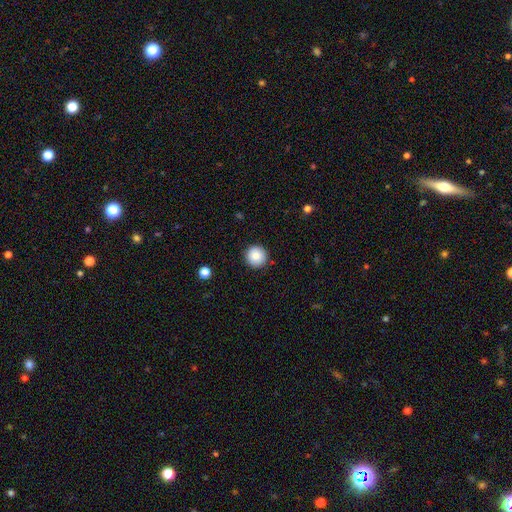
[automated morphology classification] smooth-or-featured: smooth: 87% | star or artifact: 9% | featured or disk: 5%
  how-rounded: round: 96% | in between: 3% | cigar-shaped: 1%
  merging: none: 91% | minor disturbance: 6% | major disturbance: 2% | merger: 1%